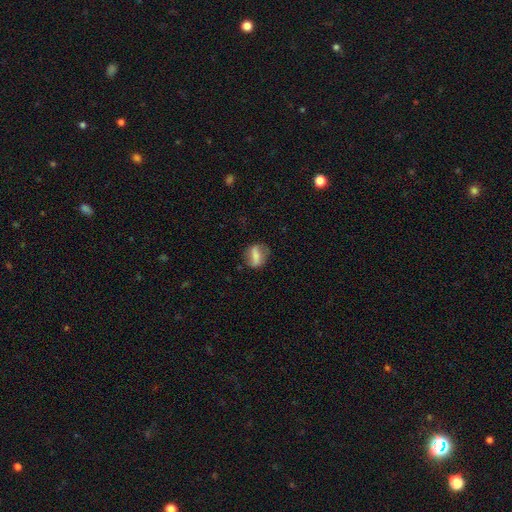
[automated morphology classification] type=smooth (57%); roundness=in between (59%); merging=none (73%).